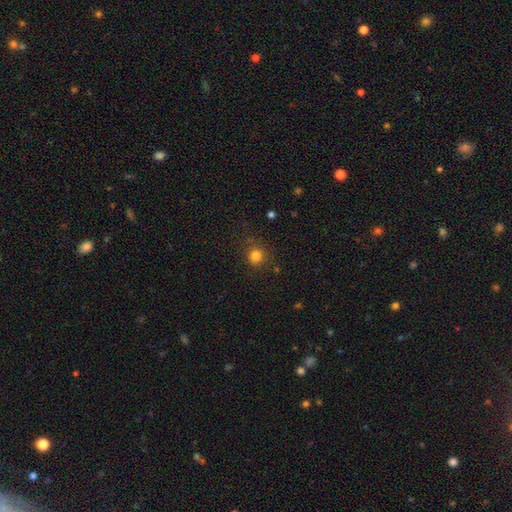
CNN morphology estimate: This appears to be a smooth galaxy with no disk features (82%) that is round (88%). Merging: none (82%).